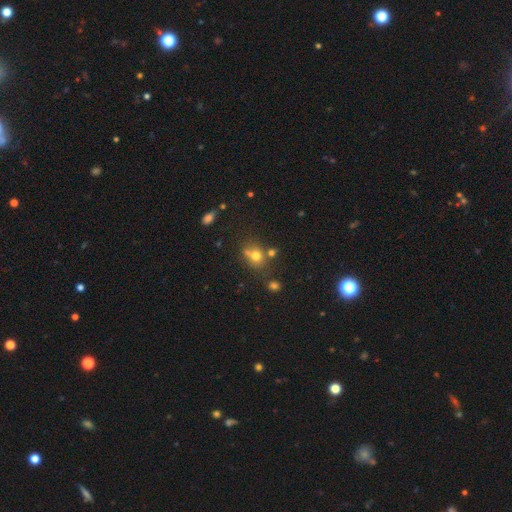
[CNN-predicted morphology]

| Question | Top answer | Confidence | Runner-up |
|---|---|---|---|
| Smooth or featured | smooth | 69% | star or artifact (18%) |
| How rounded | round | 69% | in between (30%) |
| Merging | none | 53% | merger (26%) |